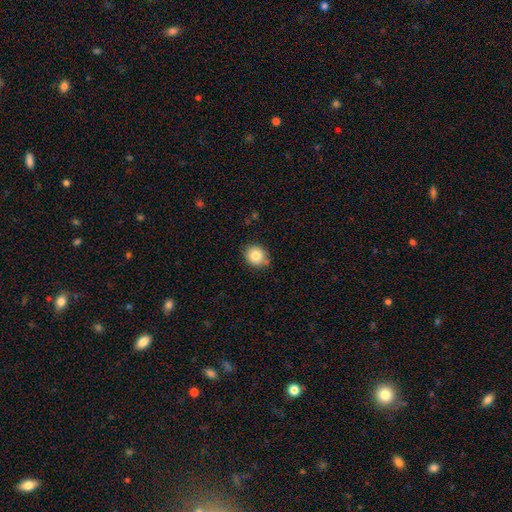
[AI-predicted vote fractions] Smooth or featured? smooth (83%)
How rounded? round (73%)
Merging? none (77%)